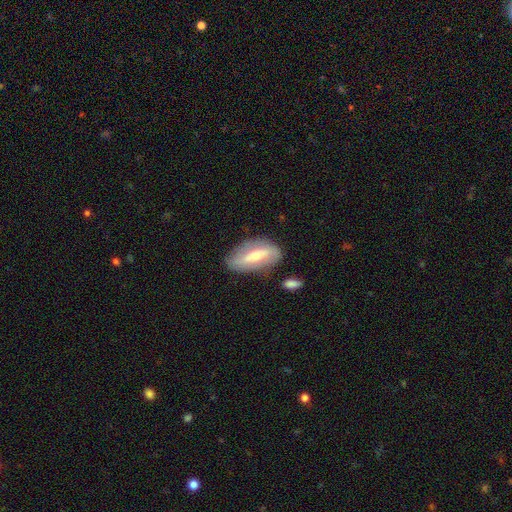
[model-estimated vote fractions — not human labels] smooth-or-featured: featured or disk: 59% | smooth: 35% | star or artifact: 7%
  disk-edge-on: no: 76% | yes: 24%
  merging: none: 74% | minor disturbance: 17% | major disturbance: 5% | merger: 3%